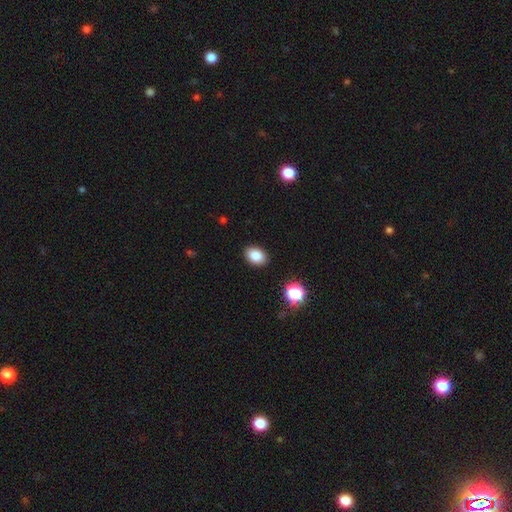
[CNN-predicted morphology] smooth 85%, star or artifact 10%, featured or disk 5%. Down the decision tree: how rounded — in between (77%); merging — none (89%).